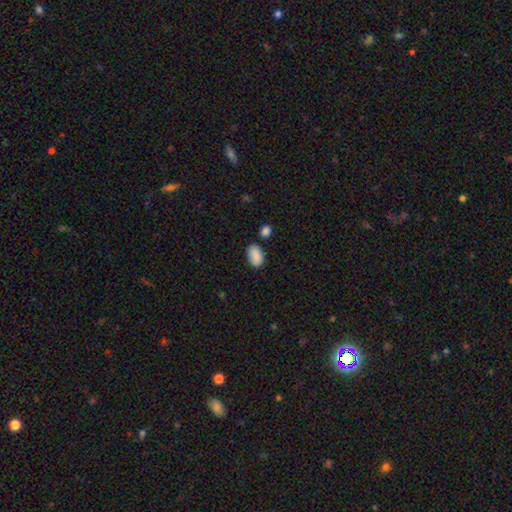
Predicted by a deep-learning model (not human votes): smooth-or-featured: smooth: 89% | star or artifact: 7% | featured or disk: 4%
  how-rounded: in between: 91% | round: 8% | cigar-shaped: 1%
  merging: none: 75% | minor disturbance: 15% | merger: 7% | major disturbance: 3%